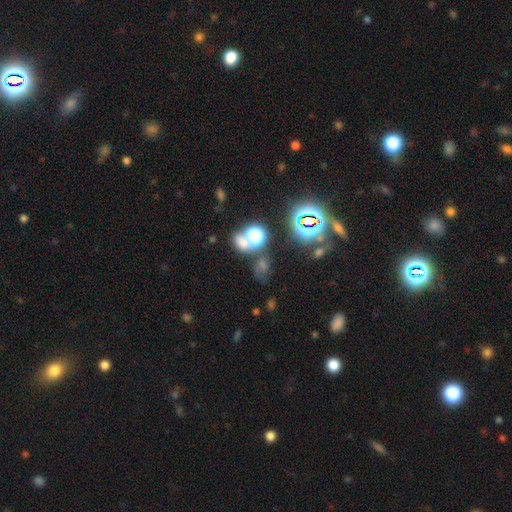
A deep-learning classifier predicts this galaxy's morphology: The model was most divided on "smooth or featured": star or artifact: 73%, smooth: 17%, featured or disk: 10%.